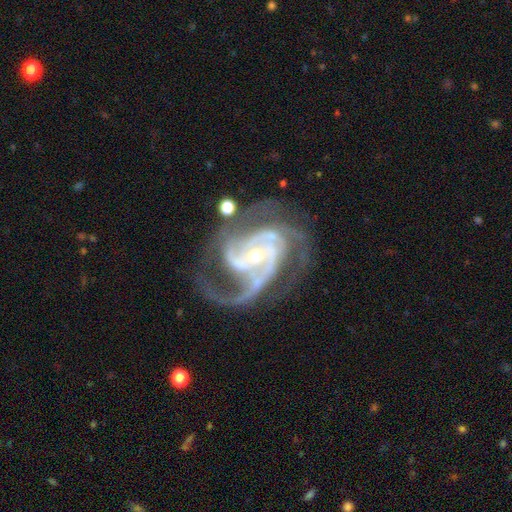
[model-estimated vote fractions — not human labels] The model was most divided on "bar": no: 41%, weak: 35%, strong: 24%. Remaining: spiral arms — yes (98%); edge-on disk — no (98%); smooth or featured — featured or disk (93%); bulge size — small (64%); merging — none (57%); spiral winding — medium (52%); spiral arm count — 3 (50%).